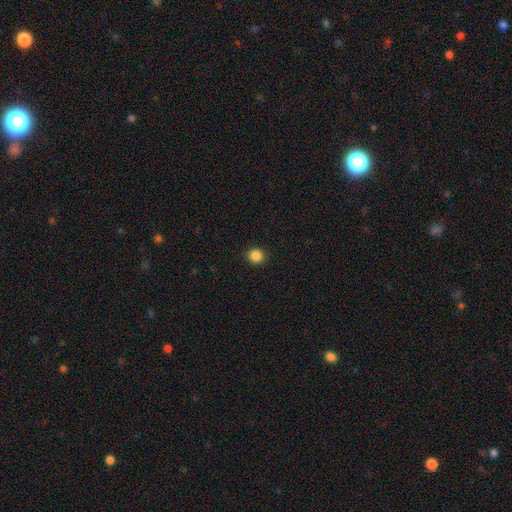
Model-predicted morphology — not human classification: This appears to be a smooth galaxy with no disk features (86%) that is round (92%). Merging: none (92%).